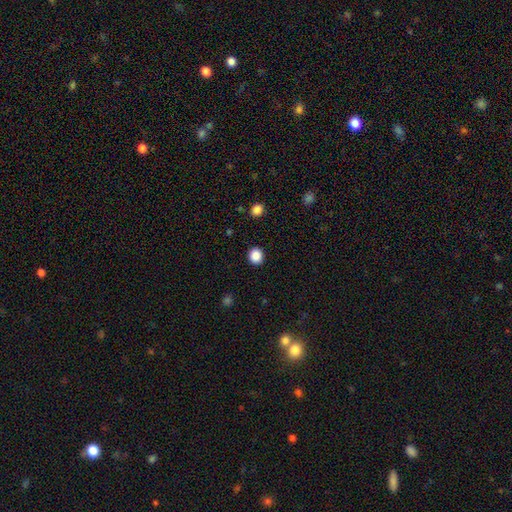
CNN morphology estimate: smooth 87%, star or artifact 10%, featured or disk 3%. Down the decision tree: how rounded — round (86%); merging — none (91%).